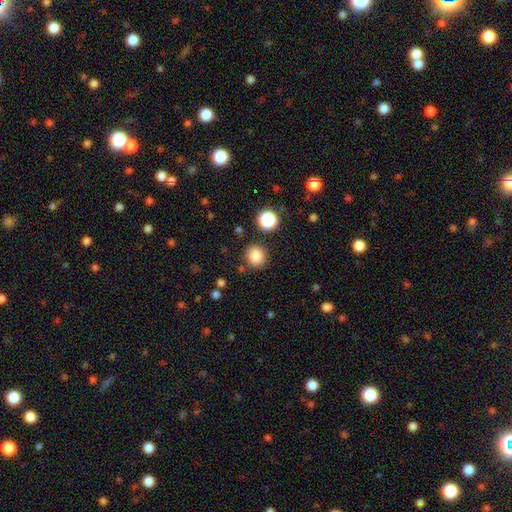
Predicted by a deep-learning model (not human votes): Q: Smooth or featured?
A: smooth (83%); runner-up: star or artifact (12%)
Q: How rounded?
A: round (84%); runner-up: in between (15%)
Q: Merging?
A: none (86%); runner-up: minor disturbance (8%)